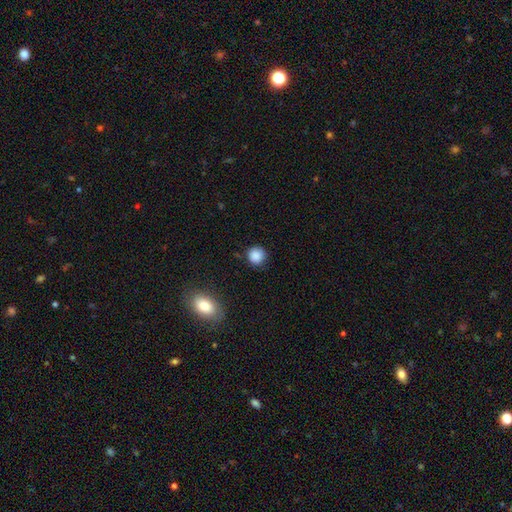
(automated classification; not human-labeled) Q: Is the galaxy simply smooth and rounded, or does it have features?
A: smooth — 87%.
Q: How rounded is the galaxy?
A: round — 91%.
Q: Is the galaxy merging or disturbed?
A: none — 84%.